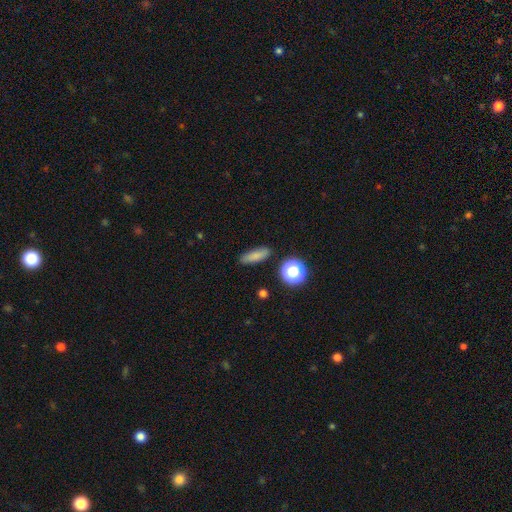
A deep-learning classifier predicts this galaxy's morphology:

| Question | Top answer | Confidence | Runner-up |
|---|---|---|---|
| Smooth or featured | smooth | 78% | star or artifact (12%) |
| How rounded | in between | 45% | tied: cigar-shaped (45%) |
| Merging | none | 85% | minor disturbance (10%) |